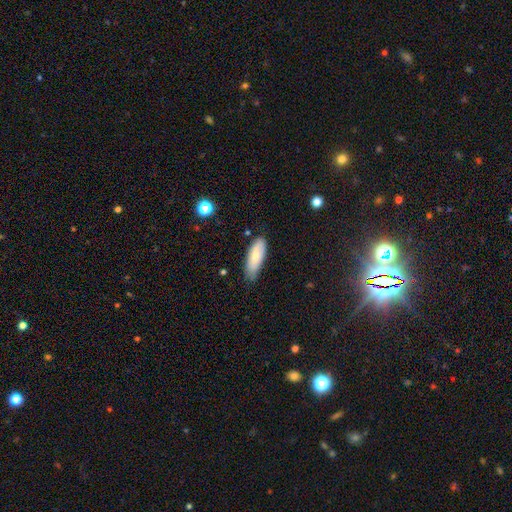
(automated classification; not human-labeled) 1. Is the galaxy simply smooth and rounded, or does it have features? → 76% smooth, 18% featured or disk, 6% star or artifact.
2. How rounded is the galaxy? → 71% in between, 27% cigar-shaped, 2% round.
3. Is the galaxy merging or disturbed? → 69% none, 26% minor disturbance, 4% major disturbance, 2% merger.